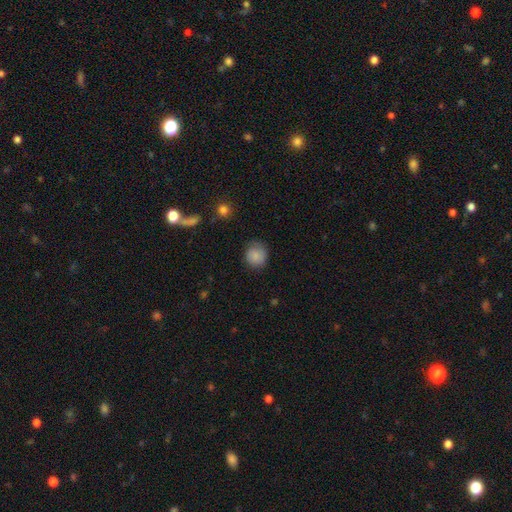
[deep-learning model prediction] Smooth or featured? Predicted: smooth (p=0.82). How rounded? Predicted: round (p=0.83). Merging? Predicted: none (p=0.73).